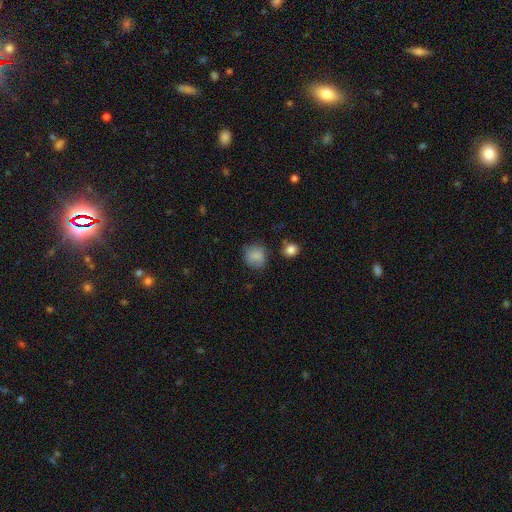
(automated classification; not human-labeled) Smooth or featured: smooth — 81% (star or artifact — 10%)
How rounded: round — 78% (in between — 21%)
Merging: none — 72% (minor disturbance — 20%)